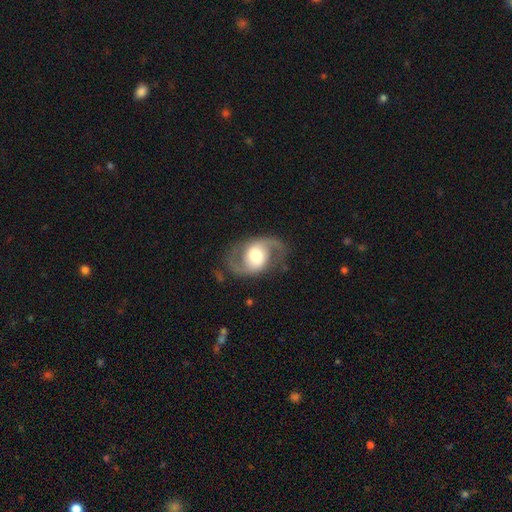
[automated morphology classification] This appears to be a featured or disk galaxy (86%) with no bar (55%), 2 (93%) medium (48%) spiral arms (93%) and a moderate central bulge (58%). Merging: none (79%).